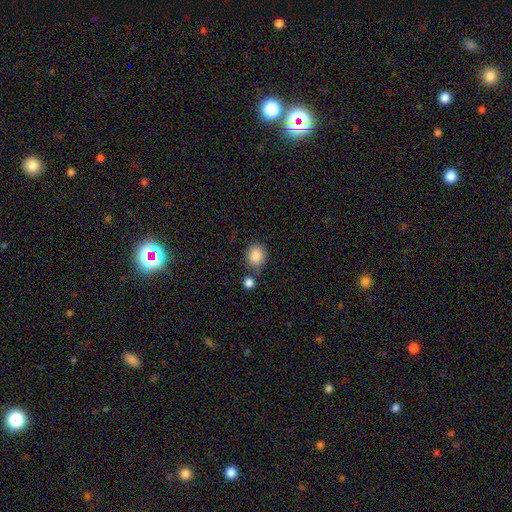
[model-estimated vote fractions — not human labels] smooth_or_featured: smooth (p=0.87) [alt: star or artifact p=0.08]
how_rounded: round (p=0.64) [alt: in between p=0.35]
merging: none (p=0.68) [alt: minor disturbance p=0.14]